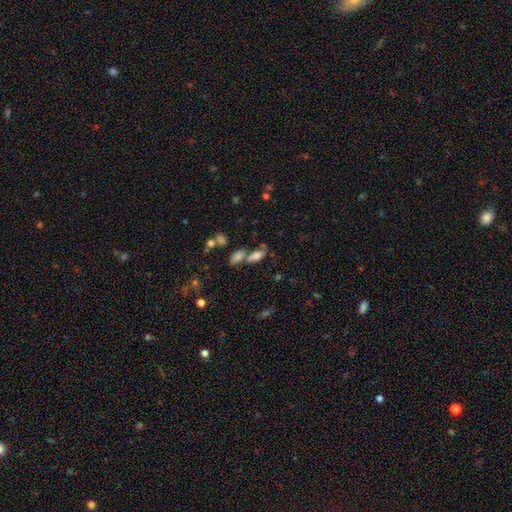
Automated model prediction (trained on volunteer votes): Q: Smooth or featured?
A: smooth (71%); runner-up: star or artifact (14%)
Q: How rounded?
A: in between (82%); runner-up: cigar-shaped (10%)
Q: Merging?
A: merger (41%); runner-up: none (39%)